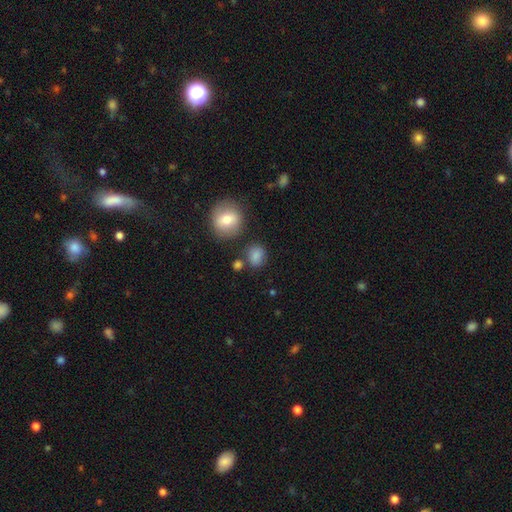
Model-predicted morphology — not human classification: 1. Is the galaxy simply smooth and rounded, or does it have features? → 84% smooth, 11% star or artifact, 6% featured or disk.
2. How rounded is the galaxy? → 58% round, 40% in between, 1% cigar-shaped.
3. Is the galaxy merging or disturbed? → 71% none, 15% minor disturbance, 9% merger, 5% major disturbance.